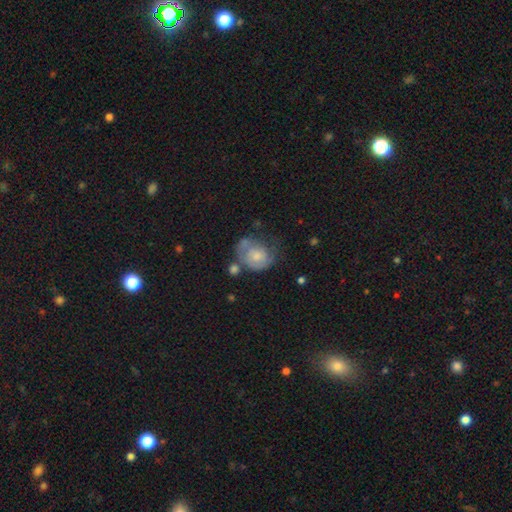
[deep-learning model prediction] Morphology: type=featured or disk (53%); edge-on=no (97%); bar=no (80%); spiral arms=yes (69%); bulge=small (44%); merging=none (38%).